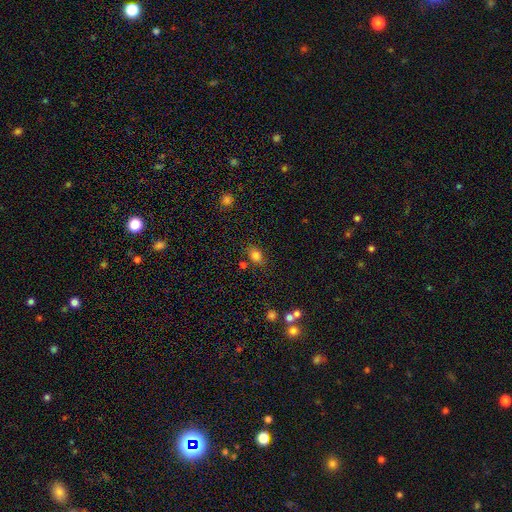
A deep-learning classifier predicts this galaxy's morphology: Overall: smooth (80%). How rounded: in between (59%; round 39%). Merging: none (73%).